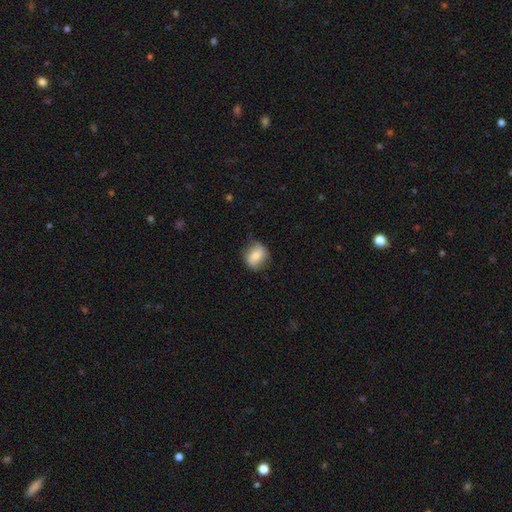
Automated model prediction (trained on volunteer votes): smooth_or_featured: smooth (p=0.71) [alt: featured or disk p=0.21]
how_rounded: round (p=0.62) [alt: in between p=0.37]
merging: none (p=0.75) [alt: minor disturbance p=0.19]